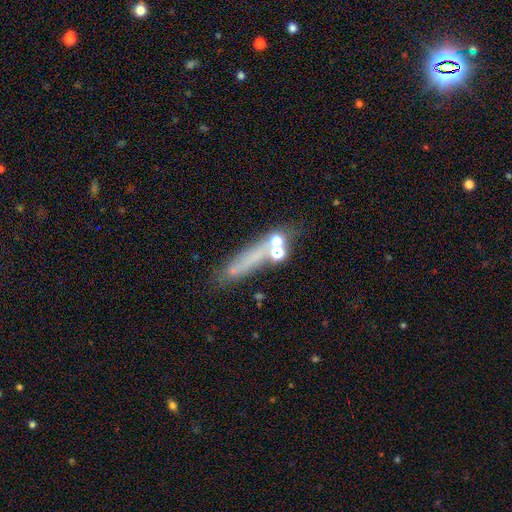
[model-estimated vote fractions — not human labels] smooth 51%, featured or disk 31%, star or artifact 19%. Down the decision tree: how rounded — cigar-shaped (77%); merging — none (57%).